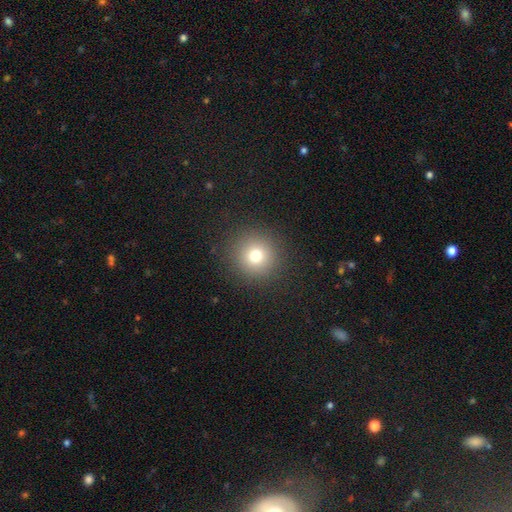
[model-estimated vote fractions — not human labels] Smooth or featured? smooth (75%)
How rounded? round (94%)
Merging? none (91%)